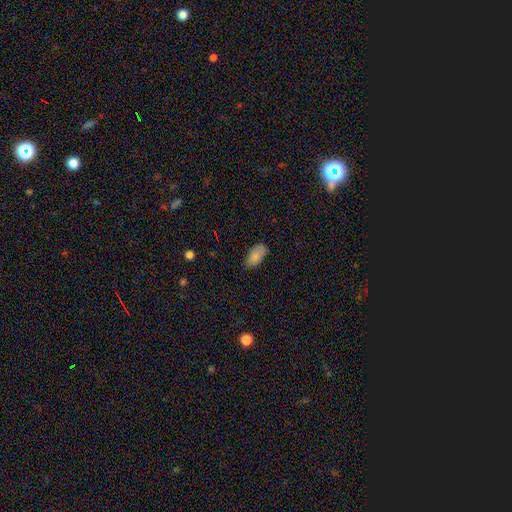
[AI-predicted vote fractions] Smooth or featured: smooth — 83% (featured or disk — 9%)
How rounded: in between — 92% (cigar-shaped — 5%)
Merging: none — 77% (minor disturbance — 19%)